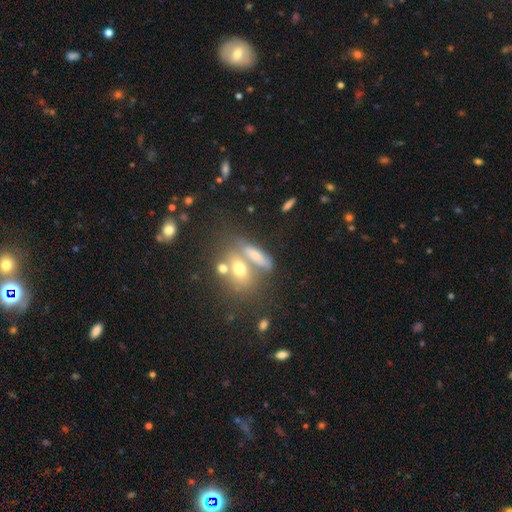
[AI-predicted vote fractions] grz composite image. It shows a smooth galaxy with no disk features (64%) that is in between round and cigar-shaped (55%). Merging: none (42%).